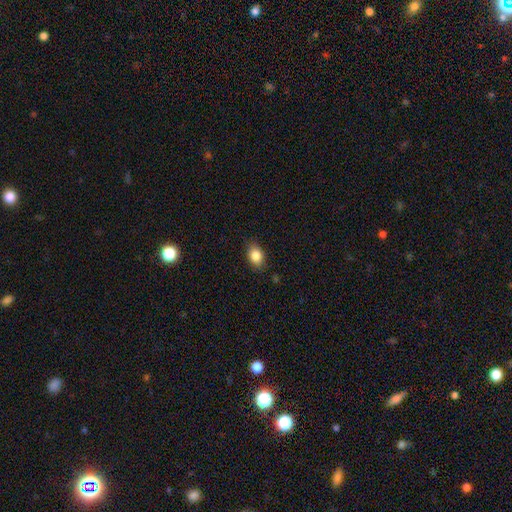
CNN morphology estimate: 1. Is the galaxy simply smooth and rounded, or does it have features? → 86% smooth, 8% star or artifact, 6% featured or disk.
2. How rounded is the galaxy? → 75% in between, 23% round, 1% cigar-shaped.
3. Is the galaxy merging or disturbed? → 85% none, 11% minor disturbance, 3% major disturbance, 1% merger.